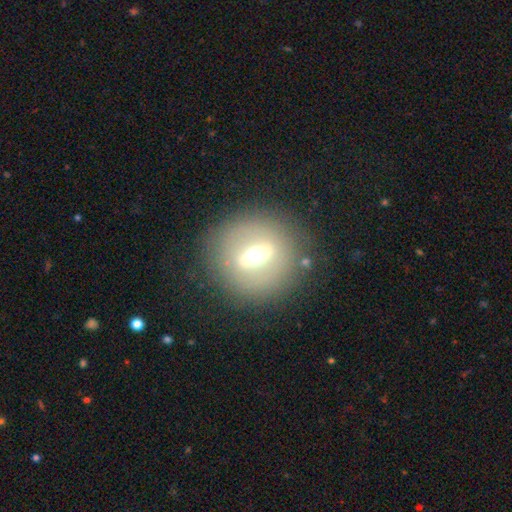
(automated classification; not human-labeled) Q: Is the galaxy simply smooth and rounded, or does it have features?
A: featured or disk — 63%.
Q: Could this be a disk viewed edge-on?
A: no — 60%.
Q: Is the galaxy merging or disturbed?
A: none — 84%.